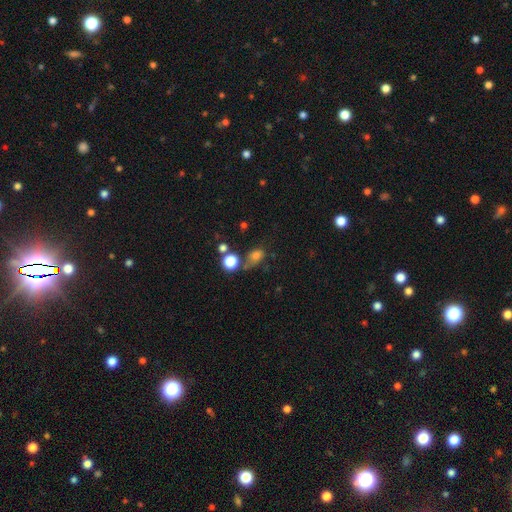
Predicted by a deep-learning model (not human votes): Smooth or featured: smooth — 73% (star or artifact — 17%)
How rounded: in between — 61% (round — 36%)
Merging: none — 43% (minor disturbance — 25%)